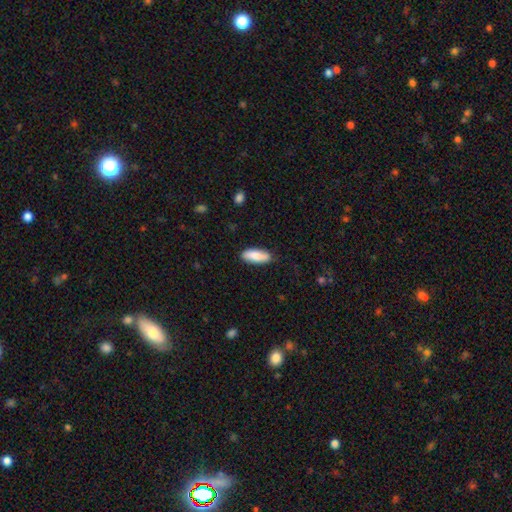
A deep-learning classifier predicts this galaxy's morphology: smooth-or-featured: smooth: 83% | featured or disk: 11% | star or artifact: 6%
  how-rounded: in between: 75% | cigar-shaped: 23% | round: 2%
  merging: none: 83% | minor disturbance: 13% | major disturbance: 2% | merger: 1%